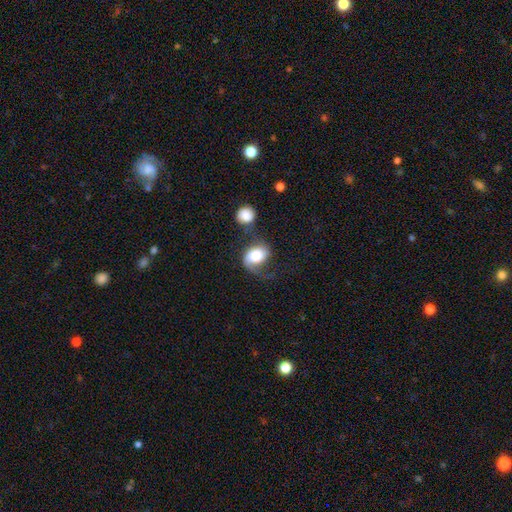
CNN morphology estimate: A smooth galaxy with no disk features (48%).

Vote fractions:
- Smooth or featured? smooth: 48% / featured or disk: 44% / star or artifact: 8%
- Merging? major disturbance: 33% / none: 31% / minor disturbance: 21% / merger: 15%